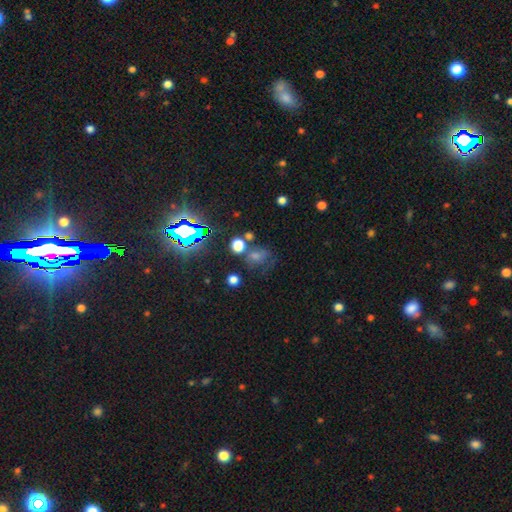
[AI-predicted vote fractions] smooth_or_featured: star or artifact (p=0.49) [alt: smooth p=0.35]